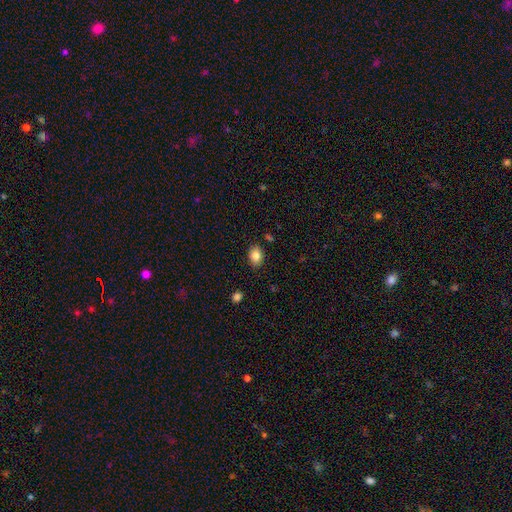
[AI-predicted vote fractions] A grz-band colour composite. It shows a smooth galaxy with no disk features (85%) that is in between round and cigar-shaped (70%). Merging: none (86%).